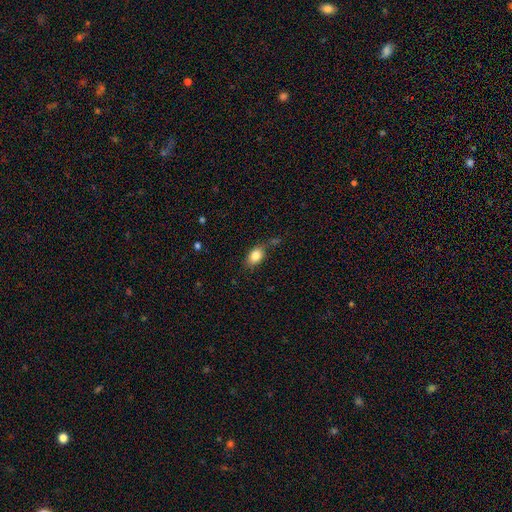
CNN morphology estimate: type=smooth (84%); roundness=in between (84%); merging=none (70%).